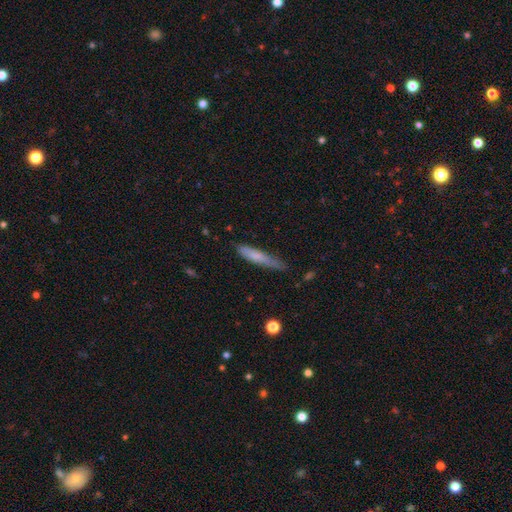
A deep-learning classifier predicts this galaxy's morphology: This appears to be a smooth galaxy with no disk features (71%) that is cigar-shaped (89%). Merging: none (64%).